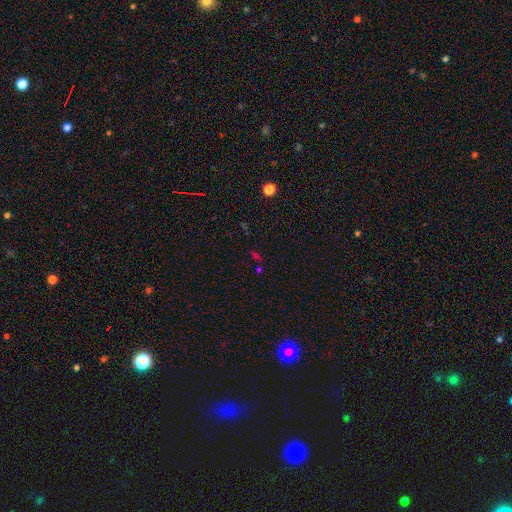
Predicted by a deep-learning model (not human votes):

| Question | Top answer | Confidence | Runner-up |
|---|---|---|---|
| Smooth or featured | star or artifact | 50% | smooth (40%) |